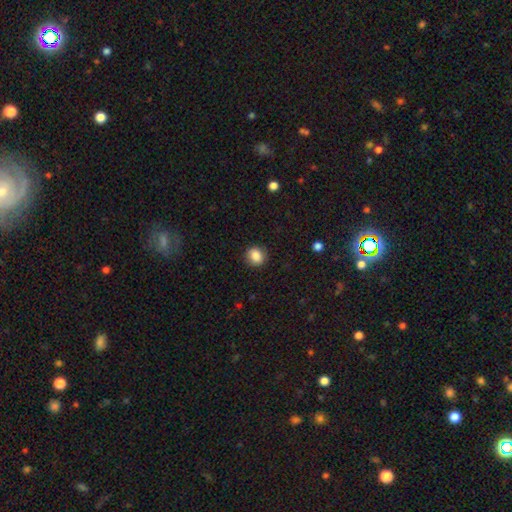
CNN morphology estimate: The model was most divided on "how rounded": round: 76%, in between: 23%, cigar-shaped: 1%. More confident: merging — none (88%); smooth or featured — smooth (86%).